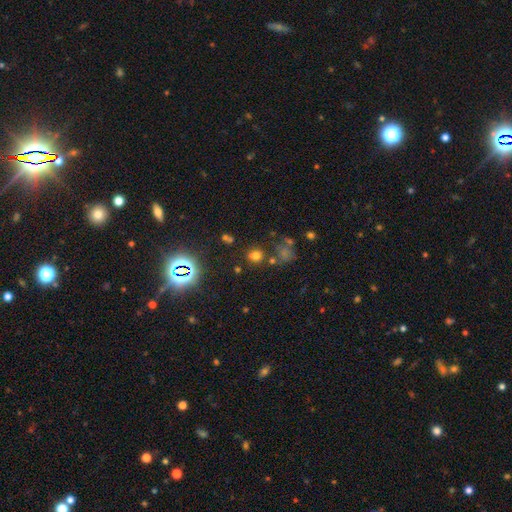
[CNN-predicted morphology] Smooth or featured? smooth (63%)
How rounded? round (84%)
Merging? none (76%)